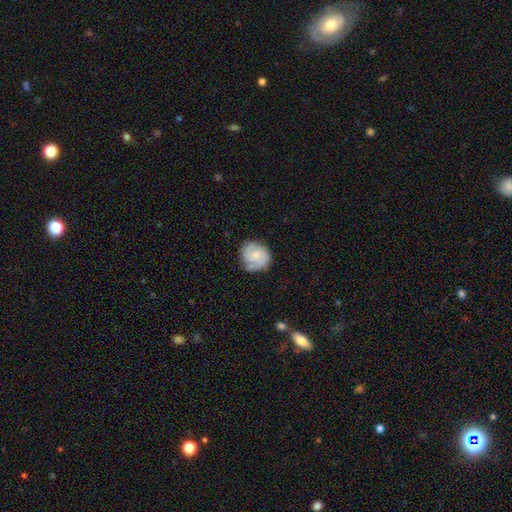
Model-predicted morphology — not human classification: Overall: featured or disk (58%; smooth 35%). Edge-on disk: no (98%). Bar: no (72%). Spiral arms: yes (91%). Spiral arm count: 2 (52%; can't tell 20%). Spiral winding: tight (57%; medium 33%). Bulge size: small (60%; moderate 29%). Merging: none (72%).